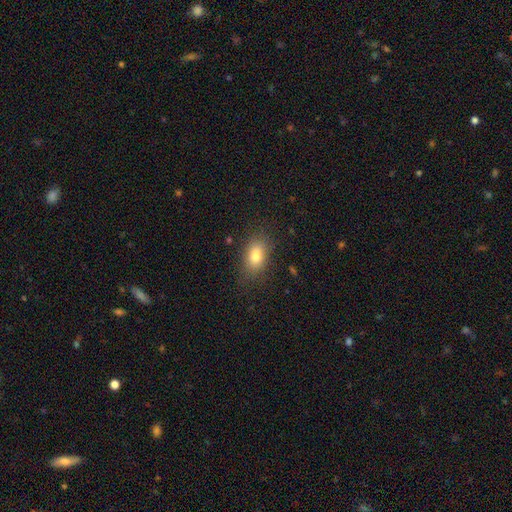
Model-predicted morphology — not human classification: Smooth or featured? smooth (80%)
How rounded? in between (83%)
Merging? none (81%)